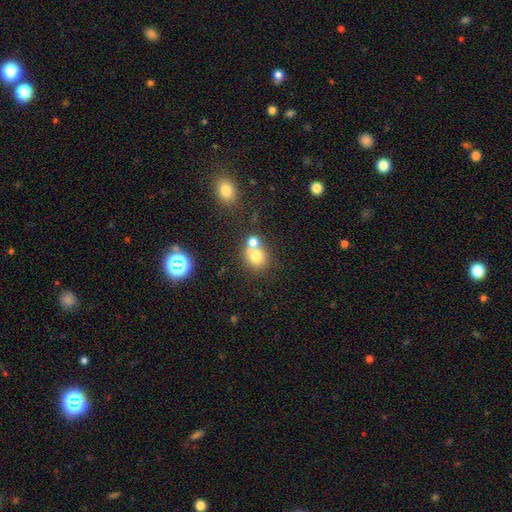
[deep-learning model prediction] smooth 73%, featured or disk 14%, star or artifact 13%. Down the decision tree: how rounded — round (77%); merging — merger (50%).